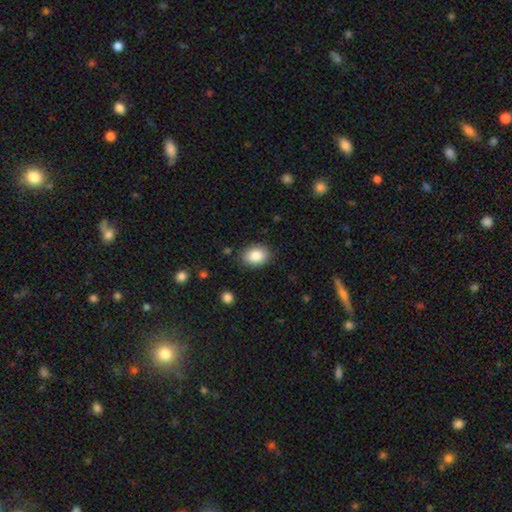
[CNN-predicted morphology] Smooth or featured? Predicted: smooth (p=0.86). How rounded? Predicted: in between (p=0.72). Merging? Predicted: none (p=0.85).